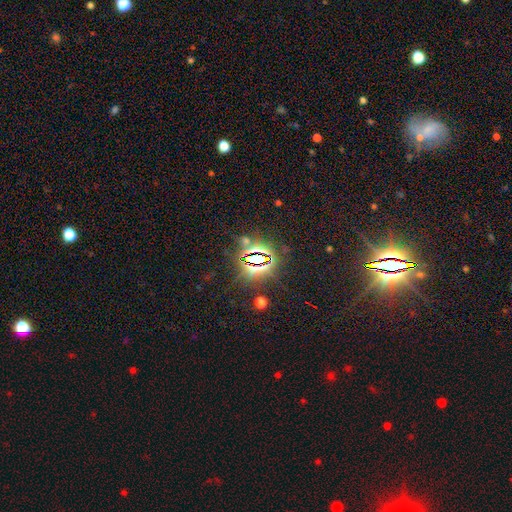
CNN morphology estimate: star or artifact 81%, smooth 11%, featured or disk 8%.